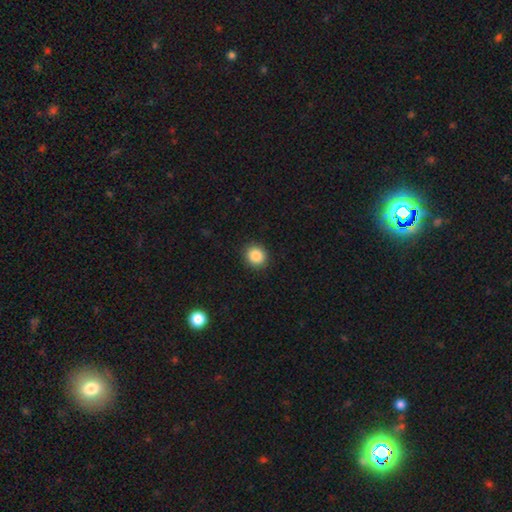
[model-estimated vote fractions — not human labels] This is clearly a smooth galaxy (88%). How rounded: clearly round (84%). Merging: clearly none (91%).